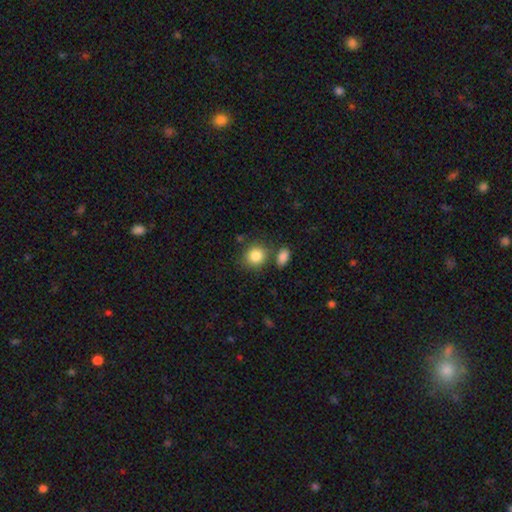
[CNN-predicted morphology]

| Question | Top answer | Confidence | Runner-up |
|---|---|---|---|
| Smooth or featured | smooth | 86% | star or artifact (8%) |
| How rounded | round | 73% | in between (26%) |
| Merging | none | 69% | merger (15%) |